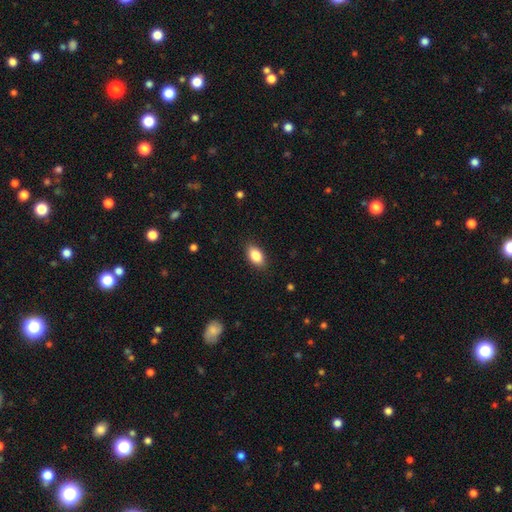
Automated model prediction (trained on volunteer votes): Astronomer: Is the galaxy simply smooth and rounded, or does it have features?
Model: smooth — 86%.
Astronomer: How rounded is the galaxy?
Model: in between — 90%.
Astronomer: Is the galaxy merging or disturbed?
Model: none — 88%.